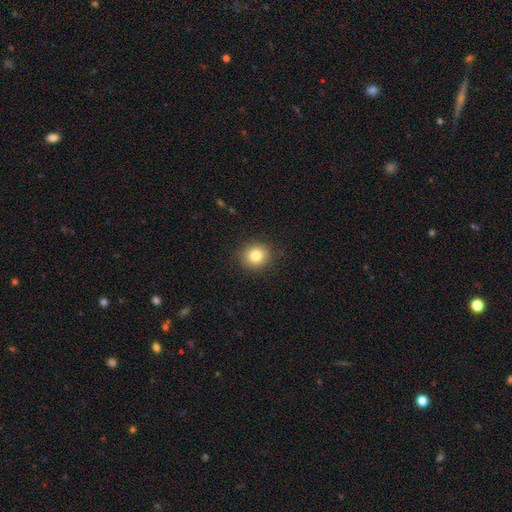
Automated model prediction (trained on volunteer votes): Smooth or featured? Predicted: smooth (p=0.81). How rounded? Predicted: round (p=0.84). Merging? Predicted: none (p=0.90).